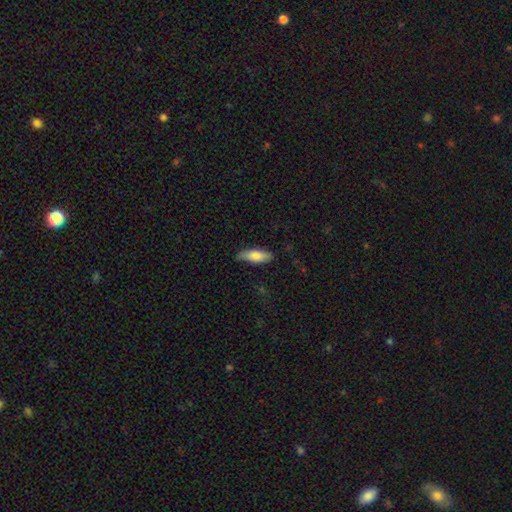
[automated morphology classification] This is clearly a smooth galaxy (80%). How rounded: likely in between (70%). Merging: likely none (73%).